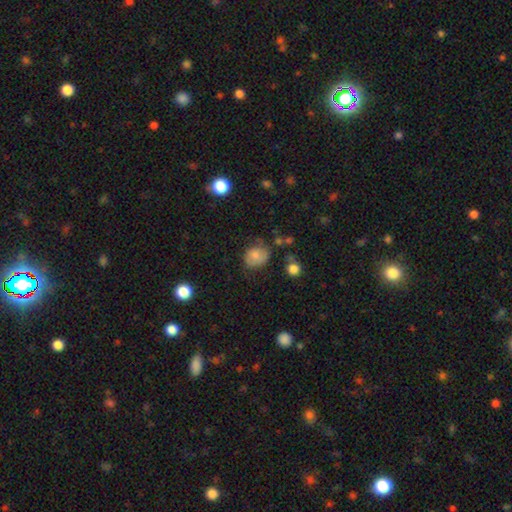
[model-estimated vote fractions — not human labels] Overall: smooth (74%). How rounded: round (59%; in between 40%). Merging: none (55%; minor disturbance 30%).